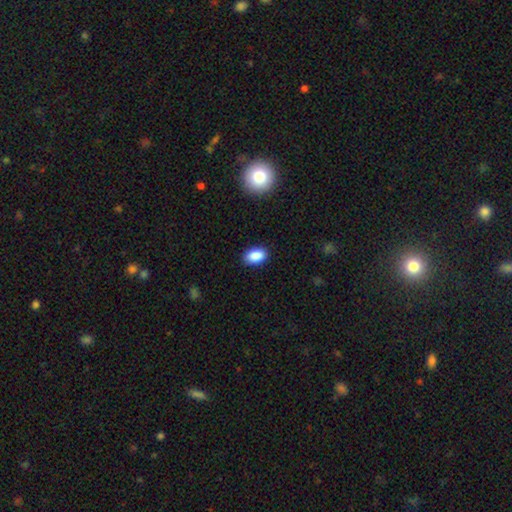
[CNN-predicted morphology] smooth_or_featured: smooth (p=0.88) [alt: star or artifact p=0.08]
how_rounded: in between (p=0.92) [alt: round p=0.07]
merging: none (p=0.88) [alt: minor disturbance p=0.09]